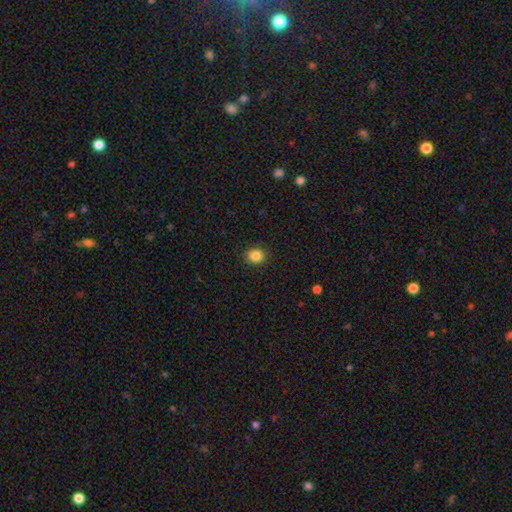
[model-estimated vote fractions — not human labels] Smooth or featured?
  - smooth: 86% *
  - star or artifact: 11%
  - featured or disk: 4%
How rounded?
  - round: 72% *
  - in between: 27%
  - cigar-shaped: 1%
Merging?
  - none: 91% *
  - minor disturbance: 6%
  - major disturbance: 2%
  - merger: 1%